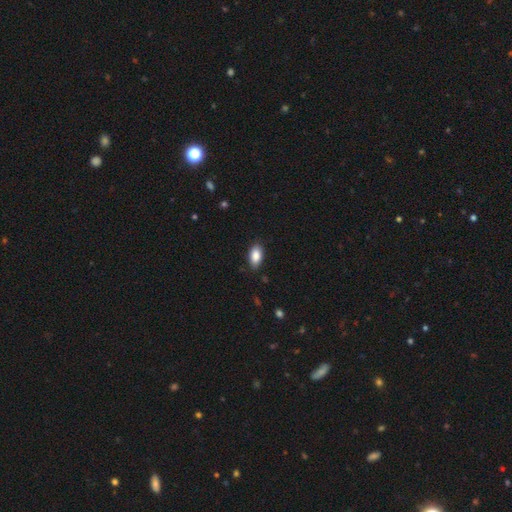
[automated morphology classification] smooth-or-featured: smooth: 88% | star or artifact: 7% | featured or disk: 5%
  how-rounded: in between: 92% | cigar-shaped: 4% | round: 4%
  merging: none: 85% | minor disturbance: 12% | major disturbance: 2% | merger: 1%